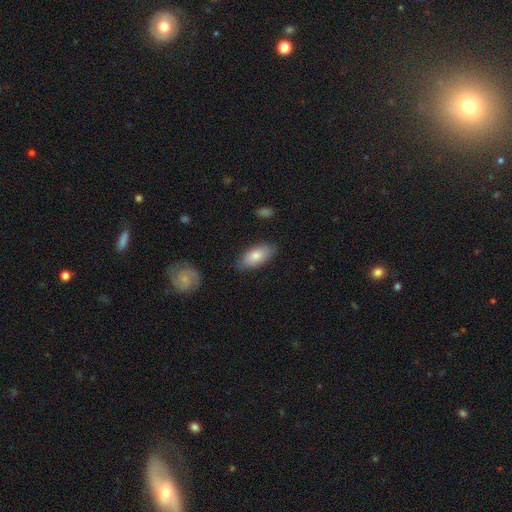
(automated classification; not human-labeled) Smooth or featured: smooth — 74% (featured or disk — 19%)
How rounded: in between — 88% (cigar-shaped — 9%)
Merging: none — 82% (minor disturbance — 14%)